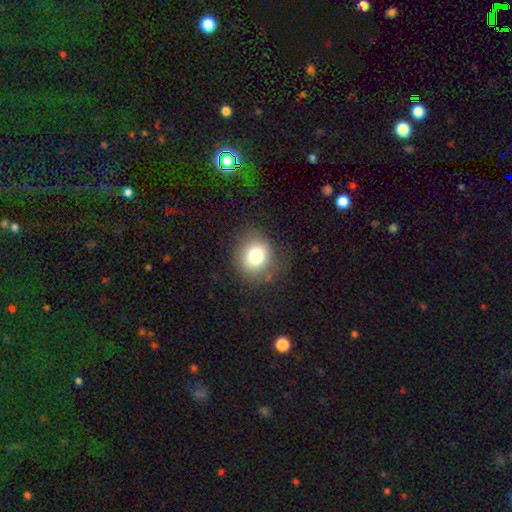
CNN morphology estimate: A smooth galaxy with no disk features (77%) that is round (78%).

Vote fractions:
- Smooth or featured? smooth: 77% / star or artifact: 11% / featured or disk: 11%
- How rounded? round: 78% / in between: 21% / cigar-shaped: 1%
- Merging? none: 80% / minor disturbance: 13% / major disturbance: 5% / merger: 1%